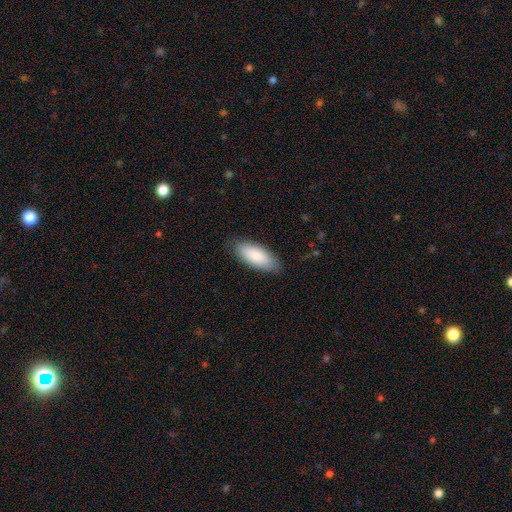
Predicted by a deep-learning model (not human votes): A smooth galaxy with no disk features (87%) that is in between round and cigar-shaped (83%). Merging: none (85%).